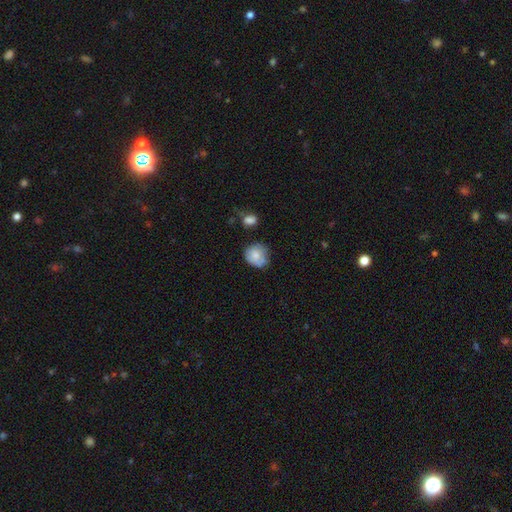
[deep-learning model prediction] This is likely a smooth galaxy (72%). How rounded: likely round (74%). Merging: possibly none (51%).